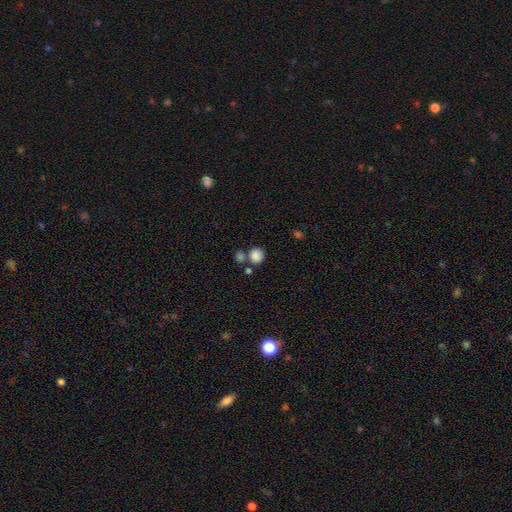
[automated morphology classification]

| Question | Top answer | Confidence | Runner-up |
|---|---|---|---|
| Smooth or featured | smooth | 85% | star or artifact (10%) |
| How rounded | round | 81% | in between (18%) |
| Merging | none | 60% | merger (26%) |